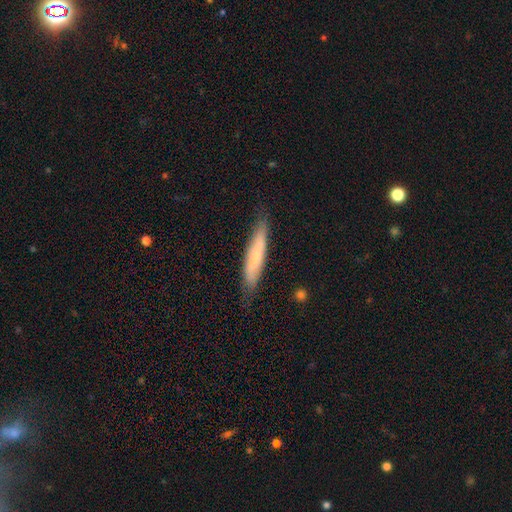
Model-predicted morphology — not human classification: This is likely a smooth galaxy (61%). How rounded: clearly cigar-shaped (89%). Merging: likely none (79%).